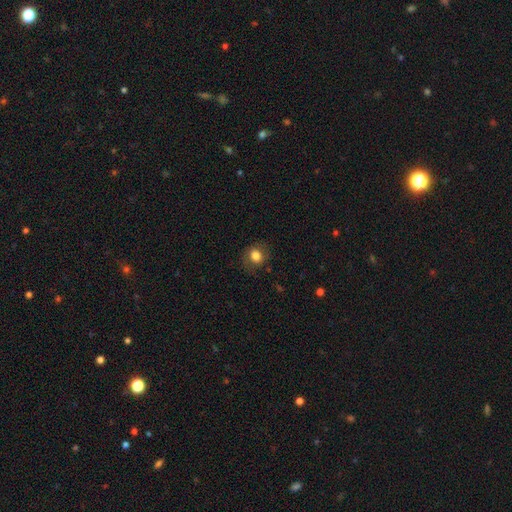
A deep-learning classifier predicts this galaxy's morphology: A smooth galaxy with no disk features (78%) that is round (66%).

Vote fractions:
- Smooth or featured? smooth: 78% / featured or disk: 13% / star or artifact: 9%
- How rounded? round: 66% / in between: 33% / cigar-shaped: 1%
- Merging? none: 78% / minor disturbance: 15% / major disturbance: 6% / merger: 1%